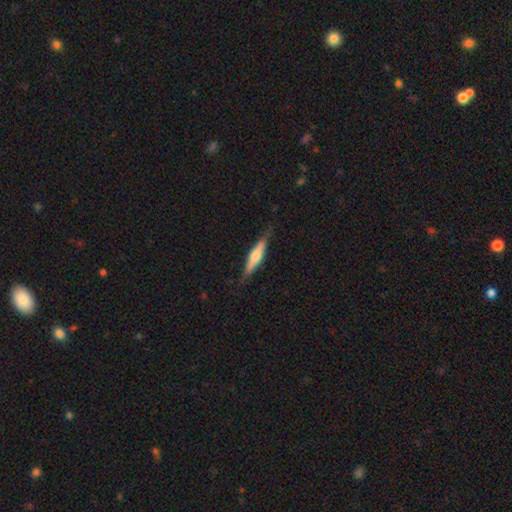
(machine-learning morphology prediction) smooth 48%, featured or disk 46%, star or artifact 6%. Down the decision tree: merging — none (83%).